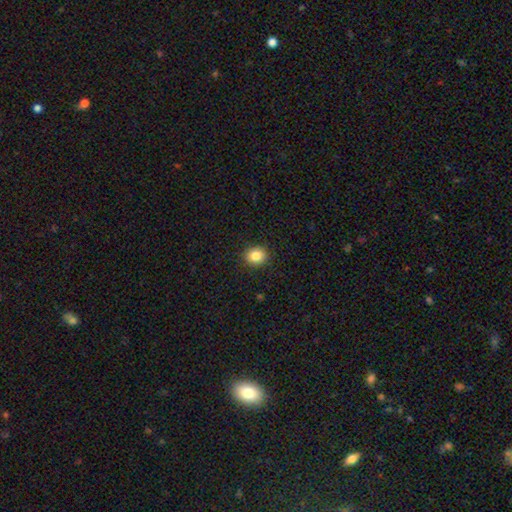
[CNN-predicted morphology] Smooth or featured?
  - smooth: 85% *
  - star or artifact: 10%
  - featured or disk: 5%
How rounded?
  - round: 78% *
  - in between: 21%
  - cigar-shaped: 1%
Merging?
  - none: 91% *
  - minor disturbance: 6%
  - major disturbance: 2%
  - merger: 1%